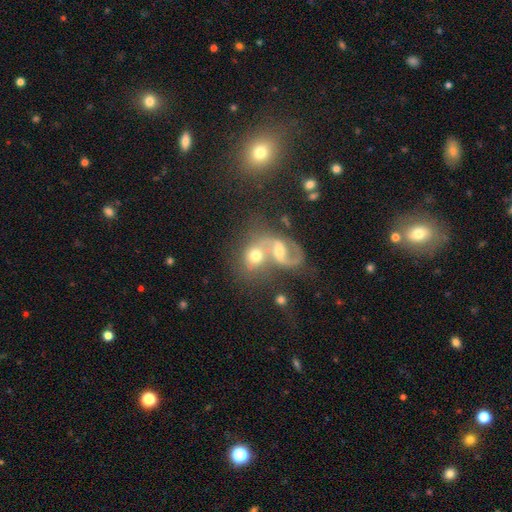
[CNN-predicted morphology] type=featured or disk (51%); edge-on=no (96%); merging=merger (61%).